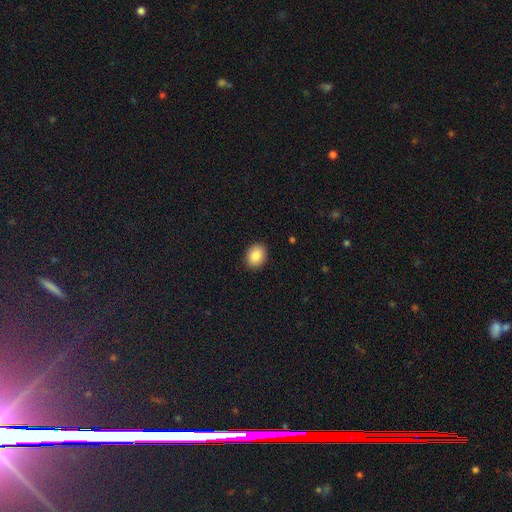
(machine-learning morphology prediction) Smooth or featured? Predicted: smooth (p=0.87). How rounded? Predicted: in between (p=0.57). Merging? Predicted: none (p=0.90).